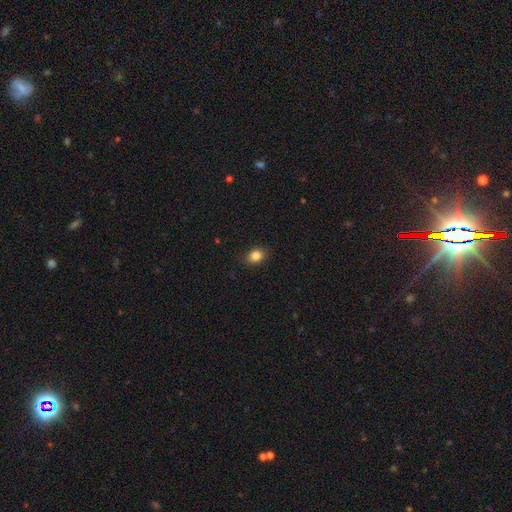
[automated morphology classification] type=smooth (85%); roundness=in between (63%); merging=none (86%).